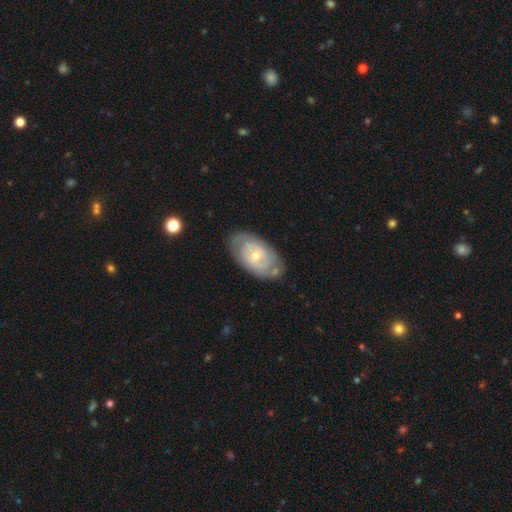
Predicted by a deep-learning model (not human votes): smooth_or_featured: featured or disk (p=0.67) [alt: smooth p=0.27]
disk_edge_on: no (p=0.94) [alt: yes p=0.06]
bar: no (p=0.74) [alt: weak p=0.22]
has_spiral_arms: yes (p=0.64) [alt: no p=0.36]
bulge_size: moderate (p=0.48) [tied with: small p=0.48]
merging: none (p=0.71) [alt: minor disturbance p=0.19]